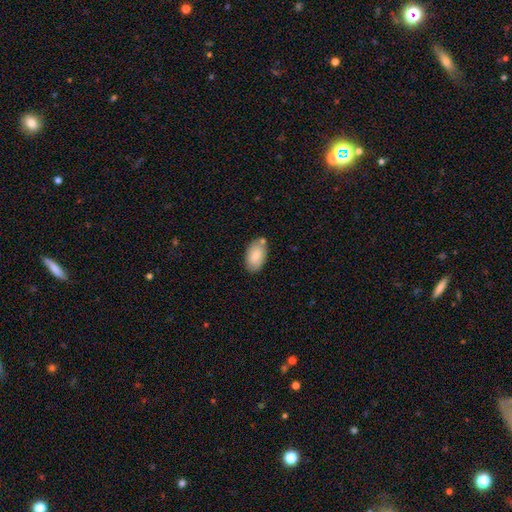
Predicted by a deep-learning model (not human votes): Smooth or featured? Predicted: smooth (p=0.84). How rounded? Predicted: in between (p=0.95). Merging? Predicted: none (p=0.74).